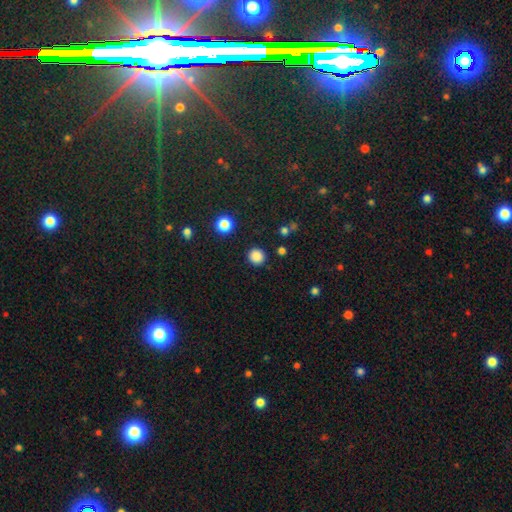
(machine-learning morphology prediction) The model was most divided on "smooth or featured": smooth: 85%, star or artifact: 12%, featured or disk: 3%. More confident: how rounded — round (91%); merging — none (89%).